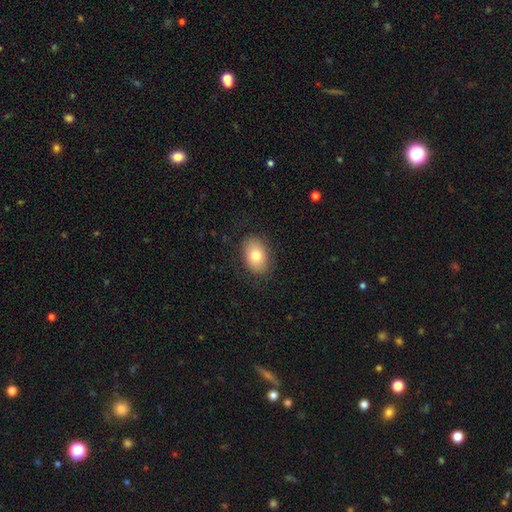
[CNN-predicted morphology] A smooth galaxy with no disk features (78%) that is in between round and cigar-shaped (79%).

Vote fractions:
- Smooth or featured? smooth: 78% / featured or disk: 14% / star or artifact: 8%
- How rounded? in between: 79% / round: 20% / cigar-shaped: 1%
- Merging? none: 83% / minor disturbance: 12% / major disturbance: 4% / merger: 1%